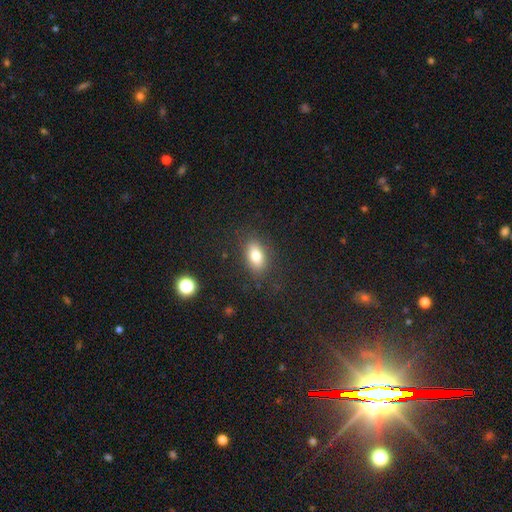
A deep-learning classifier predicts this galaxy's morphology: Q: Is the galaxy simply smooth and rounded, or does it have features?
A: smooth — 78%.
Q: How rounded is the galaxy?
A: in between — 85%.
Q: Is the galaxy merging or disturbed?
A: none — 83%.